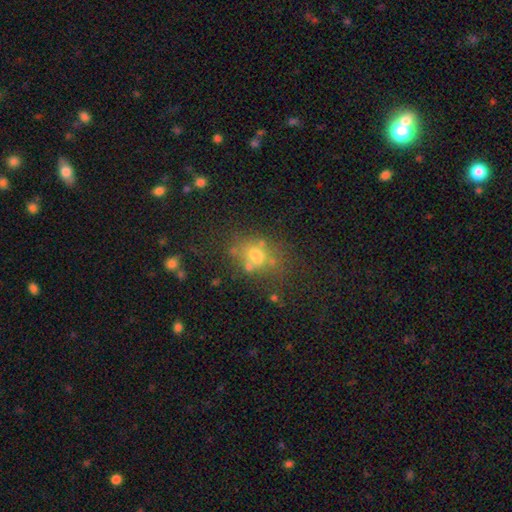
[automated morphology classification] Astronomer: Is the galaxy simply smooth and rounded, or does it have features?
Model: smooth — 59%.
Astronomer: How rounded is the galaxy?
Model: round — 54% (runner-up: in between, 45%).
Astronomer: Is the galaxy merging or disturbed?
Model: none — 55%.